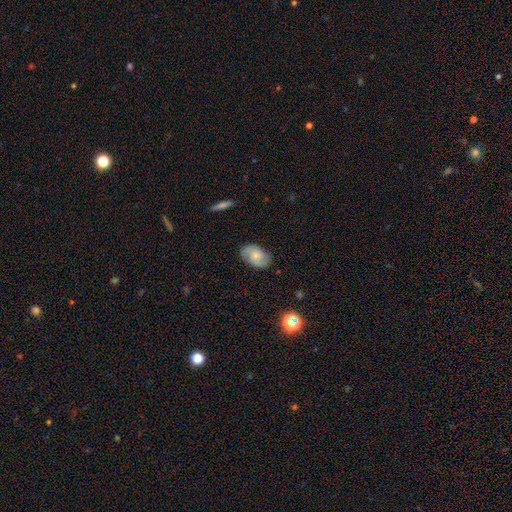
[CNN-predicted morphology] This appears to be a smooth galaxy with no disk features (46%, tied with featured or disk). Merging: none (80%).